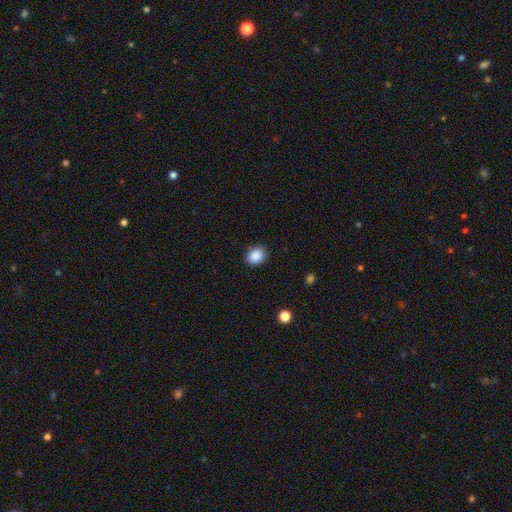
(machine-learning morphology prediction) The model was most divided on "how rounded": in between: 52%, round: 47%, cigar-shaped: 1%. More confident: smooth or featured — smooth (88%); merging — none (82%).